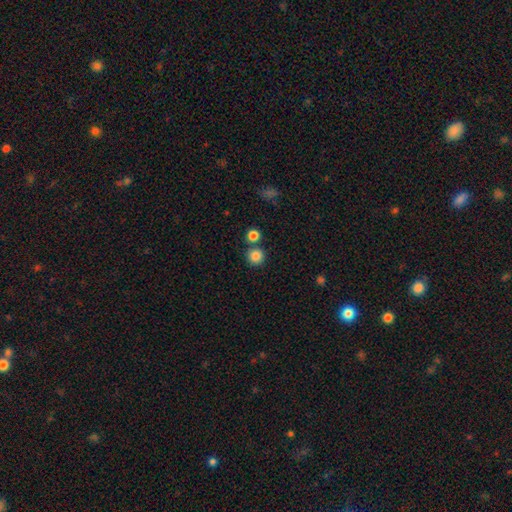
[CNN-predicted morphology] type=smooth (84%); roundness=round (93%); merging=none (75%).